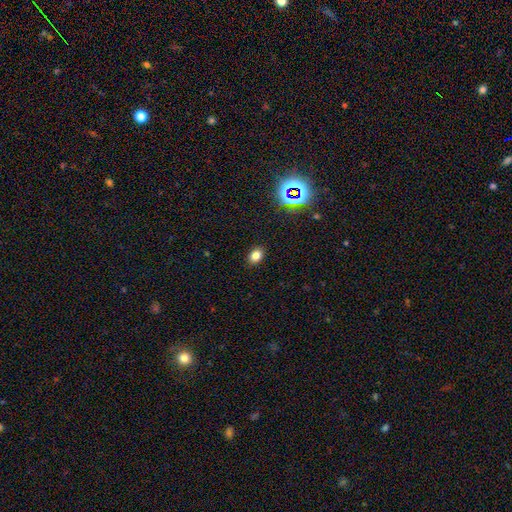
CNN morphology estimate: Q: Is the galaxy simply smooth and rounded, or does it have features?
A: smooth — 79%.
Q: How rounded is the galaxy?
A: in between — 68%.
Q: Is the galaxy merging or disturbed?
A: none — 90%.